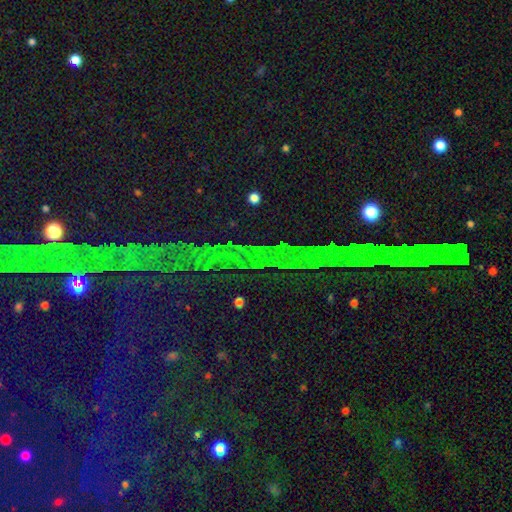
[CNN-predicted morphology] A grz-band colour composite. It shows a star or artifact, not a galaxy (86%).